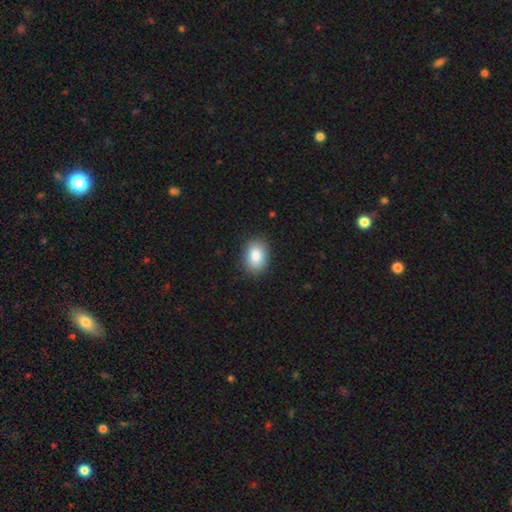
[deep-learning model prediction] A smooth galaxy with no disk features (86%) that is in between round and cigar-shaped (80%).

Vote fractions:
- Smooth or featured? smooth: 86% / star or artifact: 8% / featured or disk: 6%
- How rounded? in between: 80% / round: 19% / cigar-shaped: 1%
- Merging? none: 87% / minor disturbance: 10% / major disturbance: 2% / merger: 1%